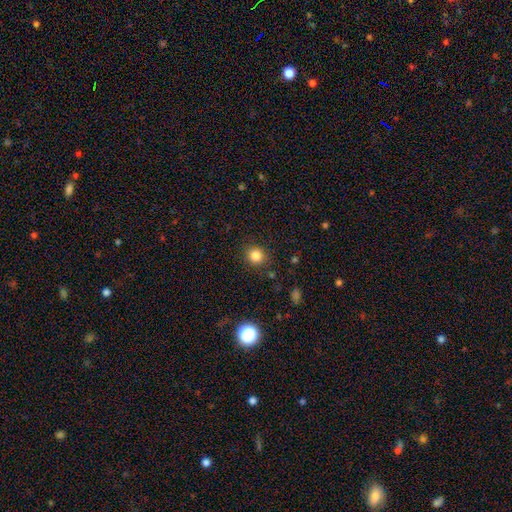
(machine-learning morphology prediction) The model was most divided on "smooth or featured": smooth: 83%, star or artifact: 13%, featured or disk: 5%. More confident: how rounded — round (88%); merging — none (87%).